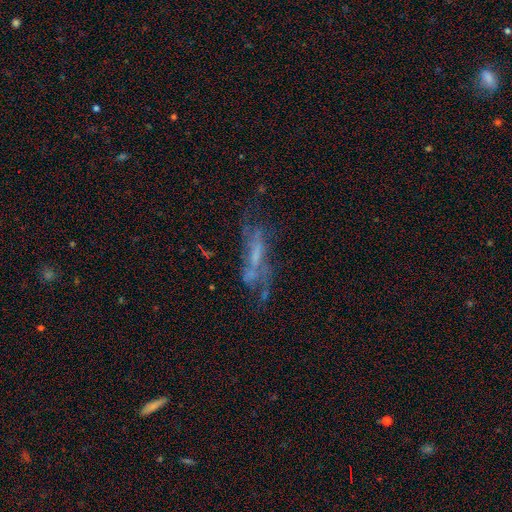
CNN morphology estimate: Smooth or featured? featured or disk (62%)
Edge-on disk? no (73%)
Merging? none (46%)